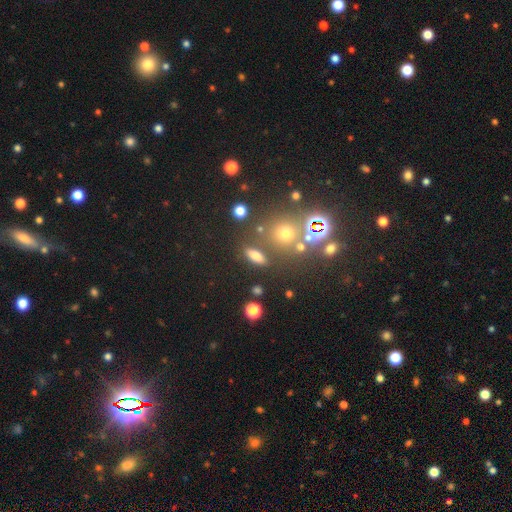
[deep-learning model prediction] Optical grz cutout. It shows a smooth galaxy with no disk features (68%) that is in between round and cigar-shaped (61%). Merging: none (76%).